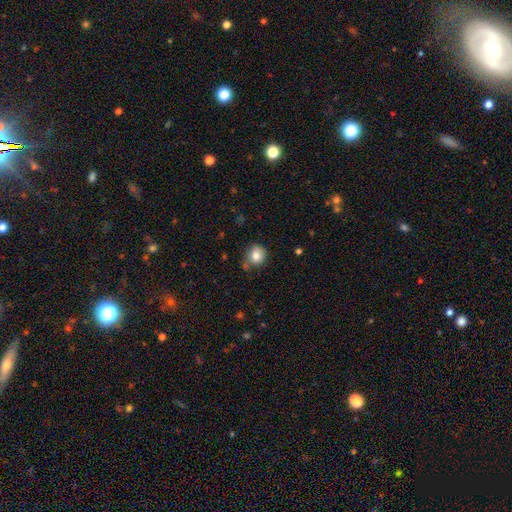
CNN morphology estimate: This appears to be a smooth galaxy with no disk features (82%) that is round (83%). Merging: none (72%).